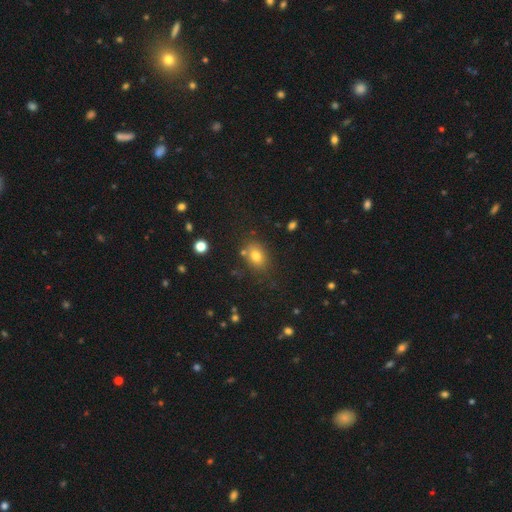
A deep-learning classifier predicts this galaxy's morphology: A smooth galaxy with no disk features (76%) that is in between round and cigar-shaped (66%).

Vote fractions:
- Smooth or featured? smooth: 76% / star or artifact: 15% / featured or disk: 10%
- How rounded? in between: 66% / round: 33% / cigar-shaped: 1%
- Merging? none: 75% / minor disturbance: 13% / merger: 7% / major disturbance: 4%